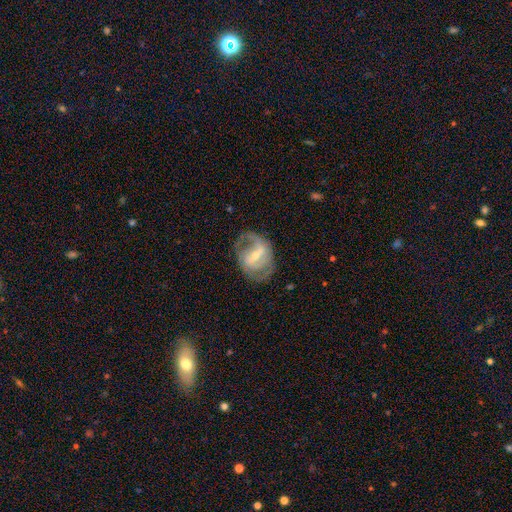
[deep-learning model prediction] A featured or disk galaxy (81%) with a strong bar (46%), 2 (69%) medium (49%) spiral arms (86%) and a small central bulge (55%).

Vote fractions:
- Smooth or featured? featured or disk: 81% / smooth: 14% / star or artifact: 6%
- Edge-on disk? no: 96% / yes: 4%
- Bar? strong: 46% / weak: 43% / no: 11%
- Spiral arms? yes: 86% / no: 14%
- Spiral winding? medium: 49% / loose: 27% / tight: 24%
- Spiral arm count? 2: 69% / can't tell: 13% / 1: 11% / 3: 4% / 4: 1% / more than 4: 1%
- Bulge size? small: 55% / moderate: 38% / none: 3% / large: 3% / dominant: 1%
- Merging? none: 60% / minor disturbance: 21% / major disturbance: 17% / merger: 2%